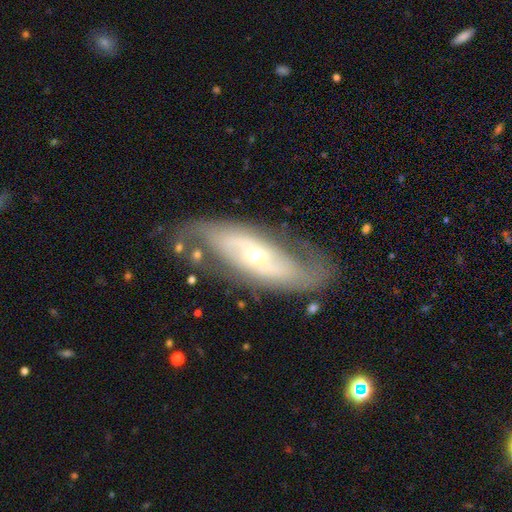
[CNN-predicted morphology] A featured or disk galaxy (73%) with no bar (64%), spiral arms (72%) and a small central bulge (58%).

Vote fractions:
- Smooth or featured? featured or disk: 73% / smooth: 20% / star or artifact: 6%
- Edge-on disk? no: 85% / yes: 15%
- Bar? no: 64% / weak: 21% / strong: 15%
- Spiral arms? yes: 72% / no: 28%
- Bulge size? small: 58% / moderate: 37% / large: 3% / dominant: 1% / none: 1%
- Merging? none: 69% / minor disturbance: 17% / major disturbance: 11% / merger: 3%